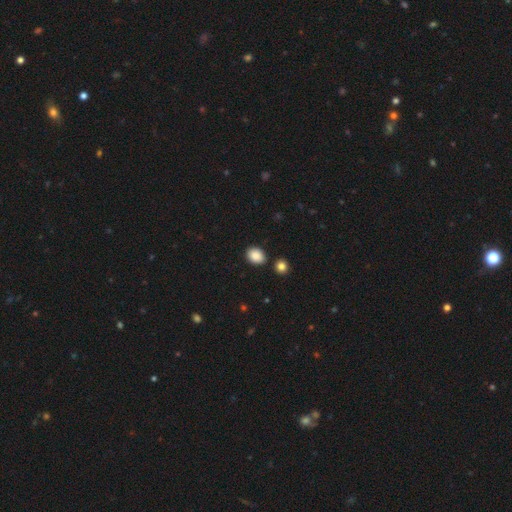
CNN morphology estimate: A smooth galaxy with no disk features (88%) that is in between round and cigar-shaped (64%). Merging: none (84%).